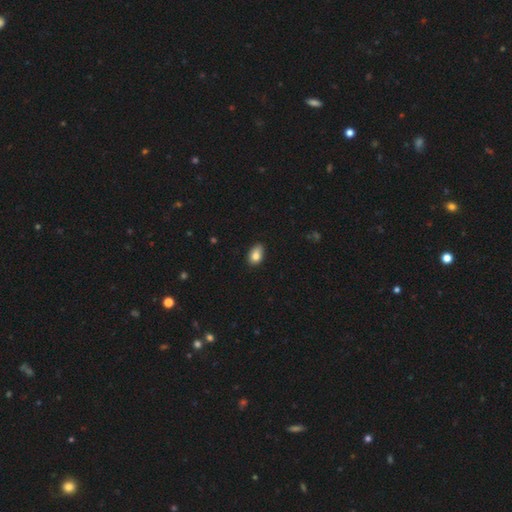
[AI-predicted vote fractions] Q: Smooth or featured?
A: smooth (83%); runner-up: featured or disk (8%)
Q: How rounded?
A: in between (88%); runner-up: round (10%)
Q: Merging?
A: none (78%); runner-up: minor disturbance (18%)